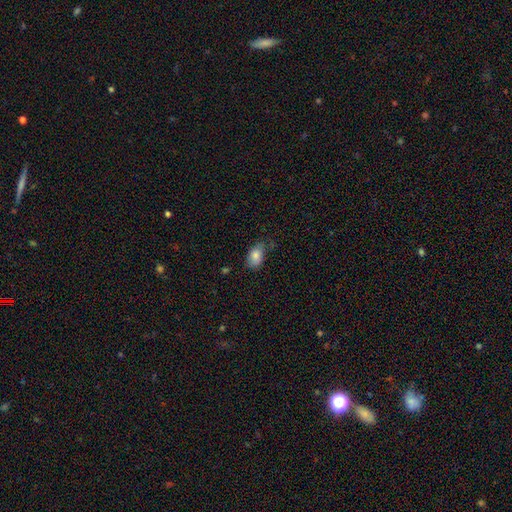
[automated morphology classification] Overall: smooth (82%). How rounded: in between (89%). Merging: none (61%; minor disturbance 30%).